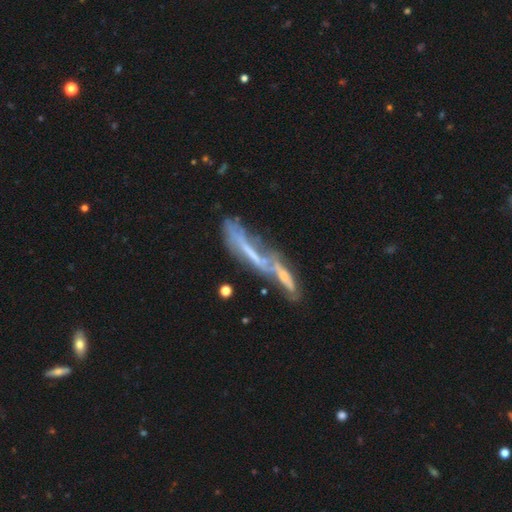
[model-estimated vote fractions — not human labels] smooth-or-featured: featured or disk: 60% | smooth: 27% | star or artifact: 13%
  disk-edge-on: no: 50% (tied) | yes: 50% (tied)
  merging: merger: 47% | none: 24% | major disturbance: 17% | minor disturbance: 12%